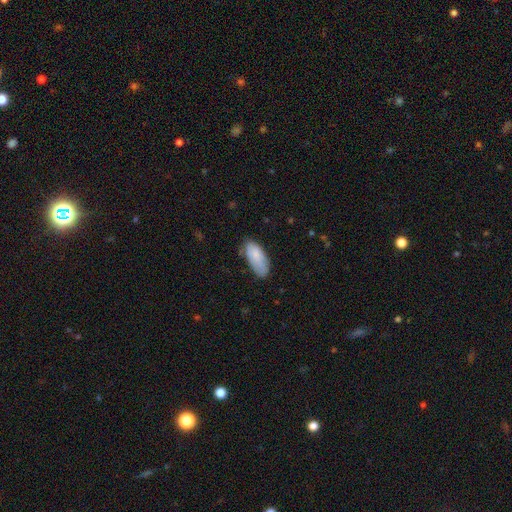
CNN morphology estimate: smooth_or_featured: smooth (p=0.82) [alt: featured or disk p=0.12]
how_rounded: in between (p=0.87) [alt: cigar-shaped p=0.11]
merging: none (p=0.59) [alt: minor disturbance p=0.32]